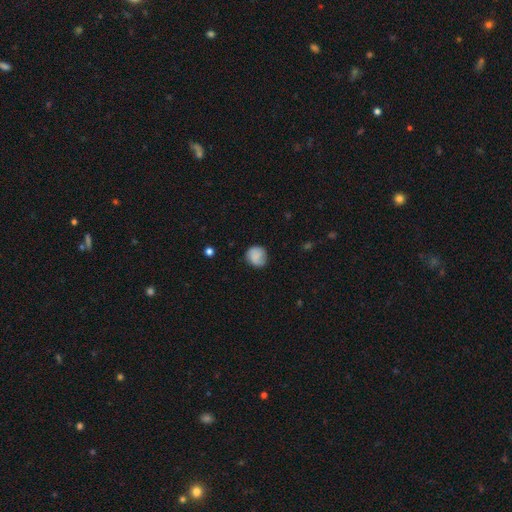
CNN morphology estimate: Smooth or featured? Predicted: smooth (p=0.80). How rounded? Predicted: round (p=0.84). Merging? Predicted: none (p=0.75).